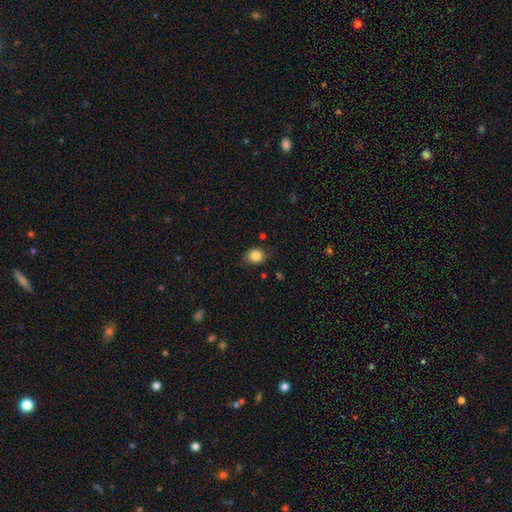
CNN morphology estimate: Smooth or featured? smooth (85%)
How rounded? round (62%)
Merging? none (78%)